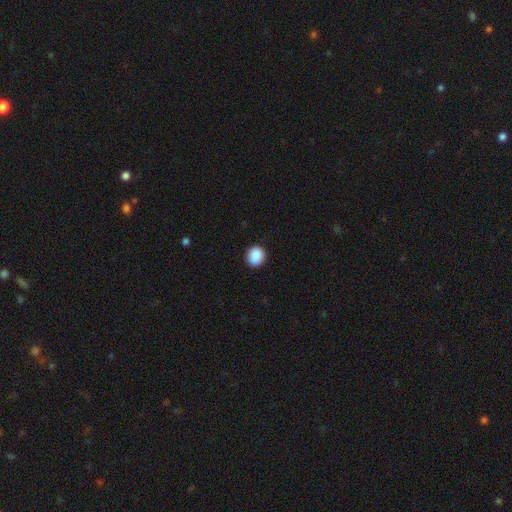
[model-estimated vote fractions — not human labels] Q: Smooth or featured?
A: smooth (89%); runner-up: star or artifact (8%)
Q: How rounded?
A: round (79%); runner-up: in between (20%)
Q: Merging?
A: none (90%); runner-up: minor disturbance (7%)